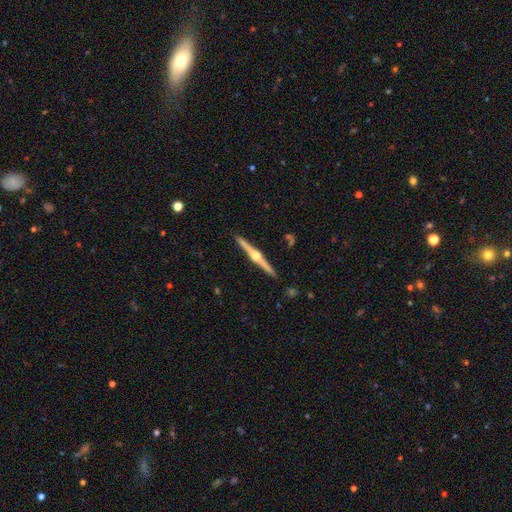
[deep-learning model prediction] This is clearly a featured or disk galaxy (87%). It is clearly viewed edge-on (99%). Edge-on bulge: clearly rounded (95%). Merging: clearly none (92%).